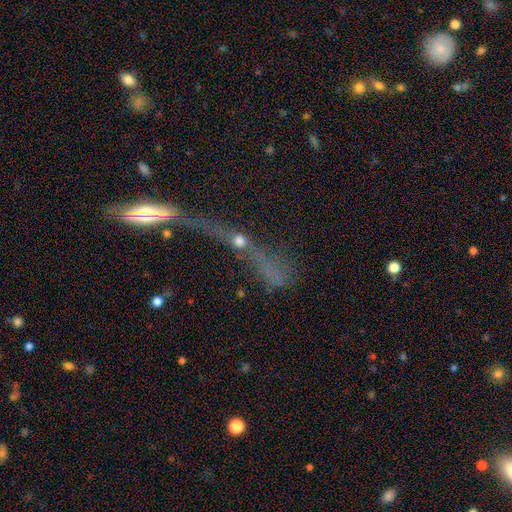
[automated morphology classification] Smooth or featured: star or artifact — 37% (featured or disk — 35%)